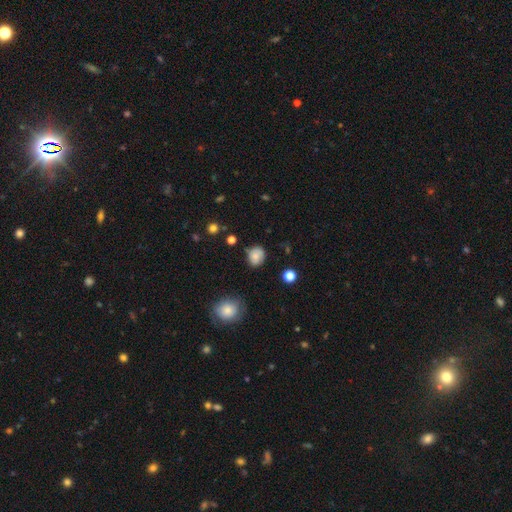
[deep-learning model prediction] smooth-or-featured: smooth: 78% | featured or disk: 11% | star or artifact: 11%
  how-rounded: round: 64% | in between: 35% | cigar-shaped: 1%
  merging: none: 71% | minor disturbance: 21% | major disturbance: 5% | merger: 2%